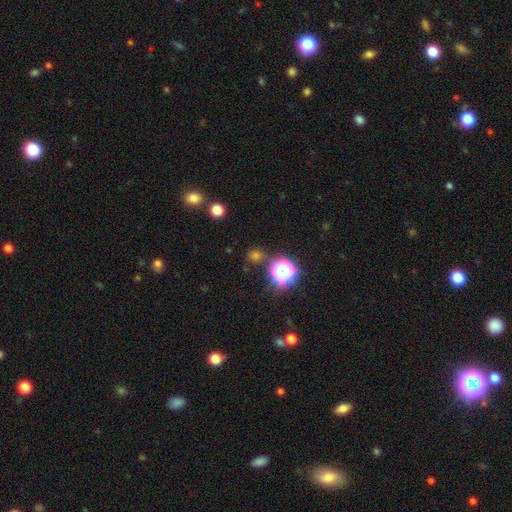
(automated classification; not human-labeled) Smooth or featured? Predicted: smooth (p=0.61). How rounded? Predicted: round (p=0.84). Merging? Predicted: none (p=0.79).